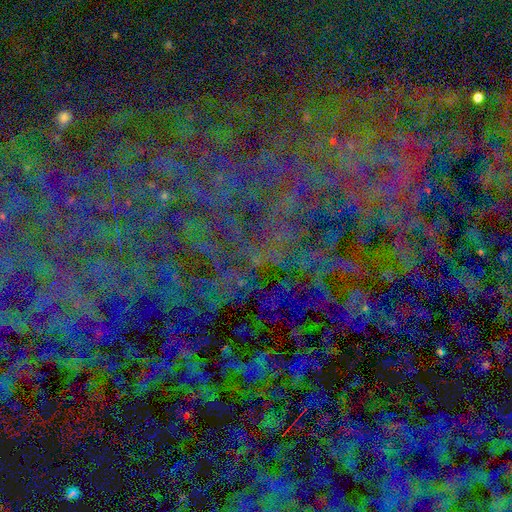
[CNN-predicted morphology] smooth-or-featured: star or artifact: 81% | smooth: 11% | featured or disk: 8%